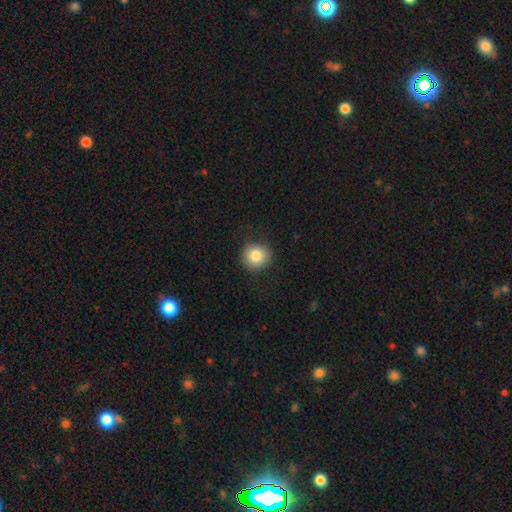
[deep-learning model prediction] Morphology: type=smooth (84%); roundness=round (91%); merging=none (86%).